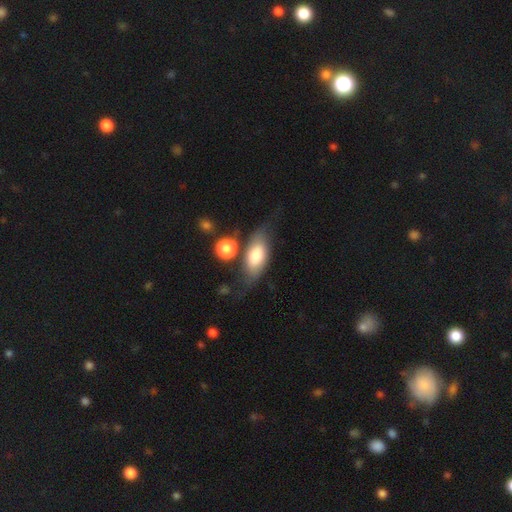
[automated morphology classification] smooth-or-featured: smooth: 70% | featured or disk: 23% | star or artifact: 7%
  how-rounded: in between: 83% | cigar-shaped: 12% | round: 5%
  merging: none: 60% | minor disturbance: 22% | major disturbance: 9% | merger: 9%